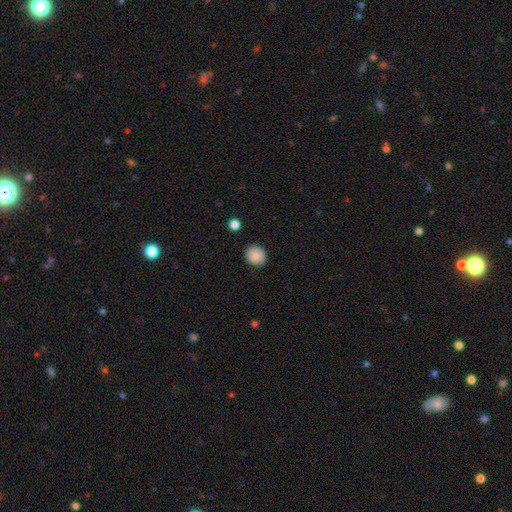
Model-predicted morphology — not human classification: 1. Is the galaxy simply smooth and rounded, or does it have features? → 85% smooth, 8% star or artifact, 6% featured or disk.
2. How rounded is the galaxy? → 83% round, 16% in between, 1% cigar-shaped.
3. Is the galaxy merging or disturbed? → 86% none, 10% minor disturbance, 2% major disturbance, 1% merger.